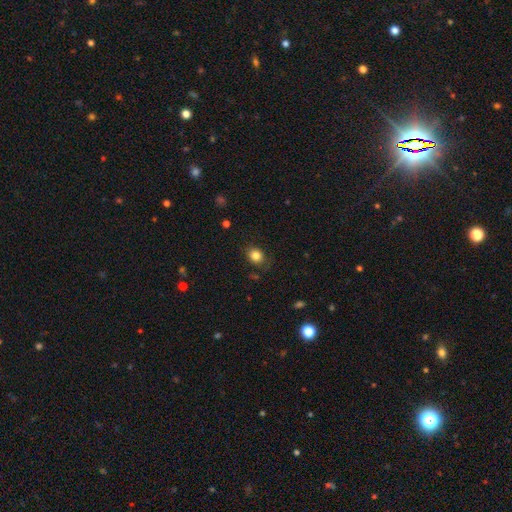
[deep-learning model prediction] Smooth or featured: smooth — 83% (star or artifact — 11%)
How rounded: round — 59% (in between — 40%)
Merging: none — 80% (minor disturbance — 14%)